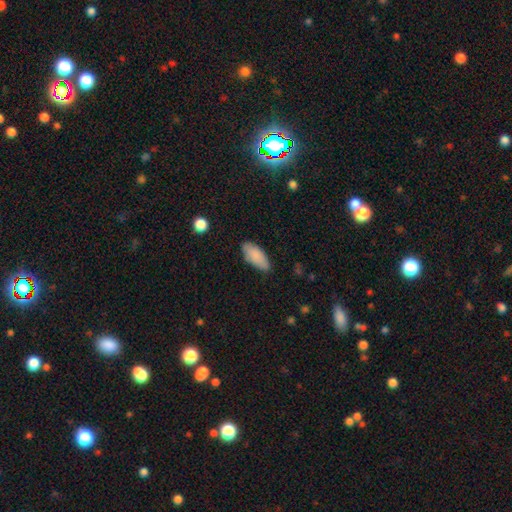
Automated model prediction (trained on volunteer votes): Smooth or featured? Predicted: smooth (p=0.86). How rounded? Predicted: in between (p=0.88). Merging? Predicted: none (p=0.77).